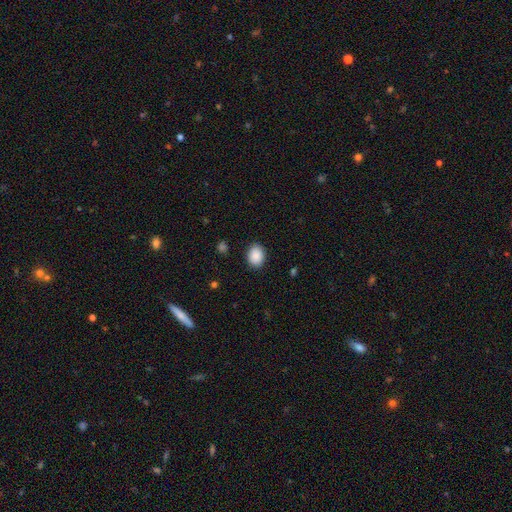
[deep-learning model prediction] Overall: smooth (89%). How rounded: in between (66%; round 33%). Merging: none (88%).